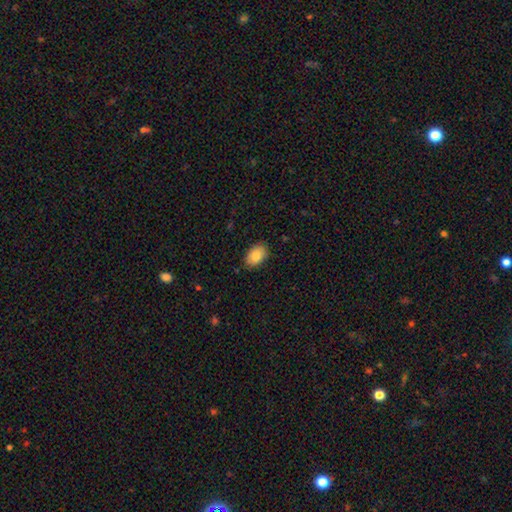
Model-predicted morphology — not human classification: type=smooth (85%); roundness=in between (90%); merging=none (86%).